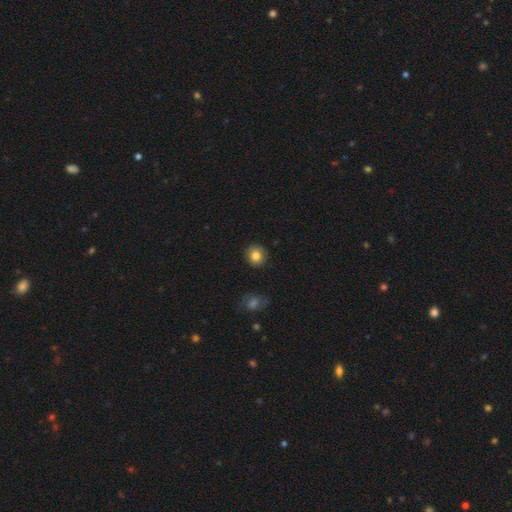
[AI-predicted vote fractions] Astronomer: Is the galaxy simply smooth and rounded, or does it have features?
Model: smooth — 83%.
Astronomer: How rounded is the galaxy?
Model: round — 86%.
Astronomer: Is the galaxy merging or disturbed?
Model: none — 89%.